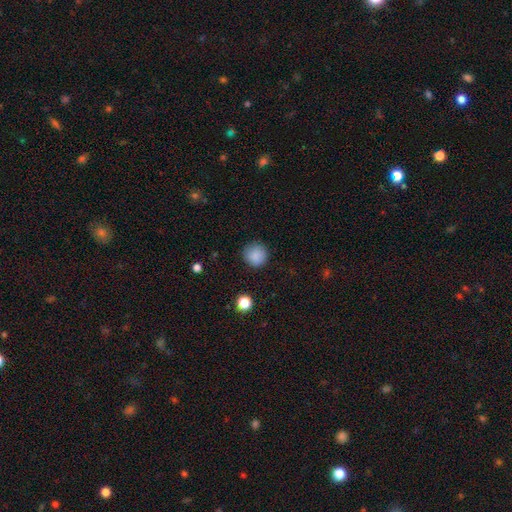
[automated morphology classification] A smooth galaxy with no disk features (86%) that is round (94%). Merging: none (88%).